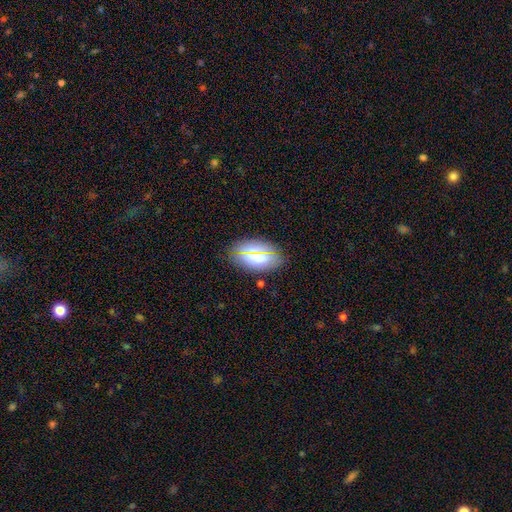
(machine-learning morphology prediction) Smooth or featured: smooth — 71% (featured or disk — 16%)
How rounded: in between — 89% (round — 7%)
Merging: none — 85% (minor disturbance — 11%)